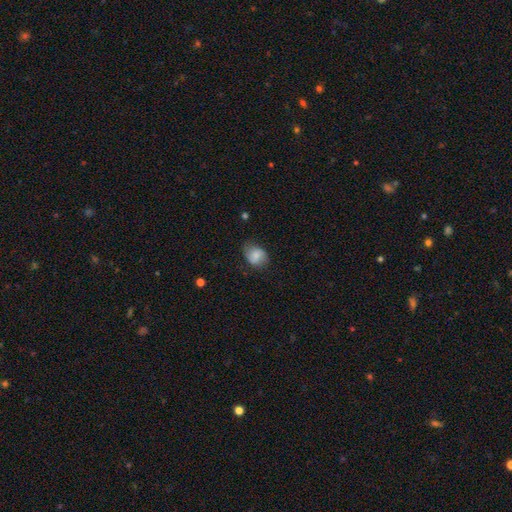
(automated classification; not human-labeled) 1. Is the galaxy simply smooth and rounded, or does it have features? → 73% smooth, 19% featured or disk, 8% star or artifact.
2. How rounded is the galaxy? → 52% in between, 47% round, 1% cigar-shaped.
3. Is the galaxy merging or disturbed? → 66% none, 26% minor disturbance, 7% major disturbance, 1% merger.